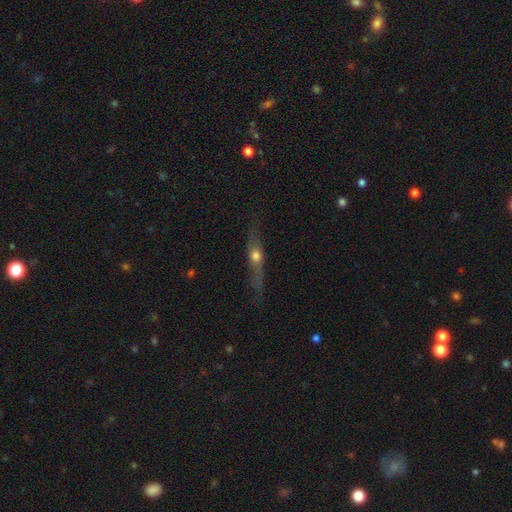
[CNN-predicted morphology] smooth-or-featured: featured or disk: 57% | smooth: 35% | star or artifact: 8%
  disk-edge-on: yes: 87% | no: 13%
  merging: none: 74% | minor disturbance: 17% | major disturbance: 7% | merger: 2%